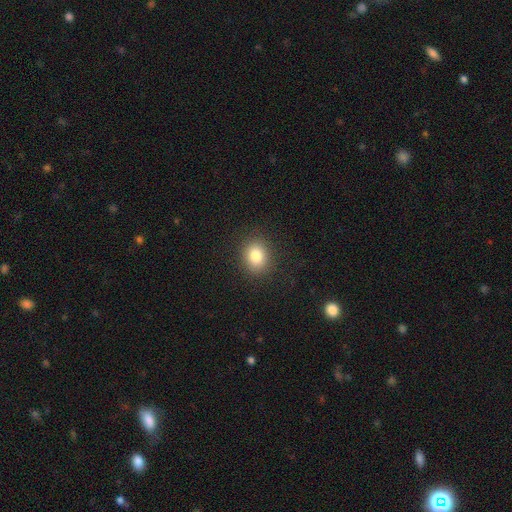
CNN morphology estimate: Smooth or featured: smooth — 82% (star or artifact — 10%)
How rounded: round — 61% (in between — 38%)
Merging: none — 88% (minor disturbance — 8%)